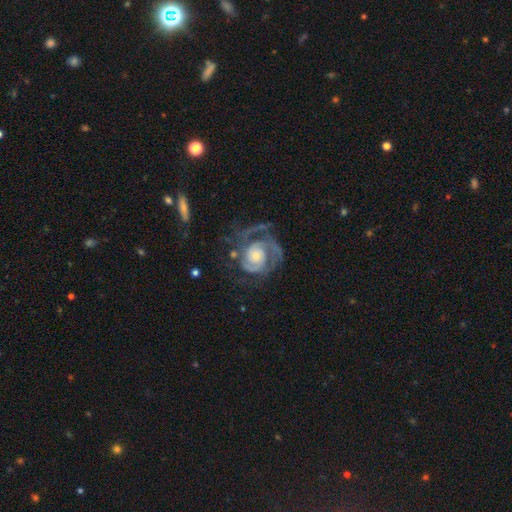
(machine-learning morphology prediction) Smooth or featured? featured or disk (87%)
Edge-on disk? no (98%)
Bar? no (73%)
Spiral arms? yes (96%)
Spiral winding? tight (55%)
Spiral arm count? 2 (55%)
Bulge size? small (41%)
Merging? none (51%)